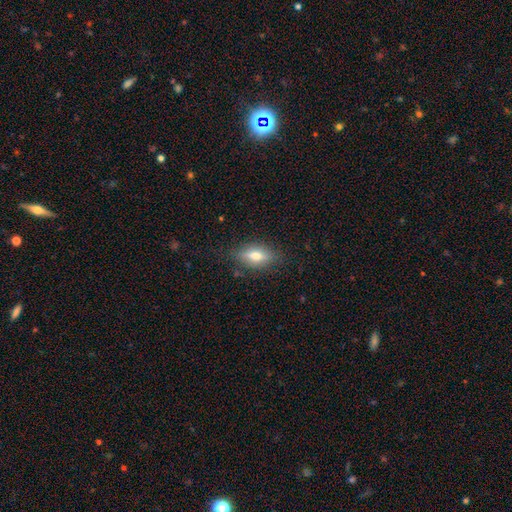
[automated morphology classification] type=smooth (57%); roundness=in between (72%); merging=none (81%).